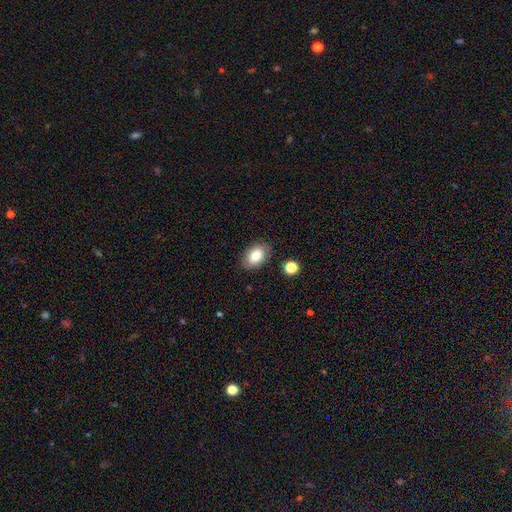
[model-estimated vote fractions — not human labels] This appears to be a smooth galaxy with no disk features (80%) that is in between round and cigar-shaped (85%). Merging: none (84%).